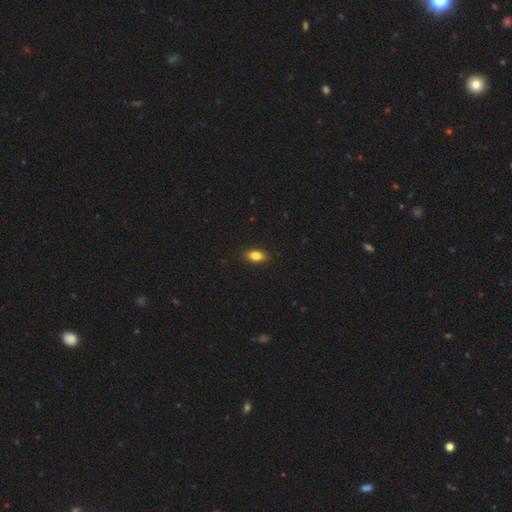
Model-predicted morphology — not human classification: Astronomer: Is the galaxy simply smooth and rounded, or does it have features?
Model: smooth — 84%.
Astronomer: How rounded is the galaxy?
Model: in between — 88%.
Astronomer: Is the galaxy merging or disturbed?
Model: none — 89%.